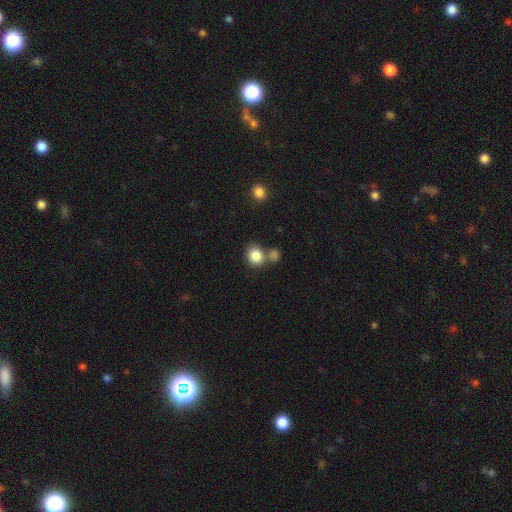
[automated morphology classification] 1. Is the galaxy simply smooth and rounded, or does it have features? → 85% smooth, 9% star or artifact, 6% featured or disk.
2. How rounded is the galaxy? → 70% round, 29% in between, 1% cigar-shaped.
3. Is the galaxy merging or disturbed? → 55% none, 31% merger, 11% minor disturbance, 4% major disturbance.